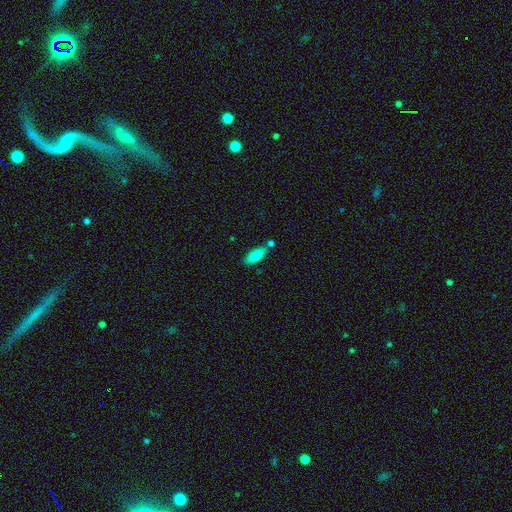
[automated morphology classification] smooth 77%, featured or disk 16%, star or artifact 7%. Down the decision tree: how rounded — in between (78%); merging — none (64%).